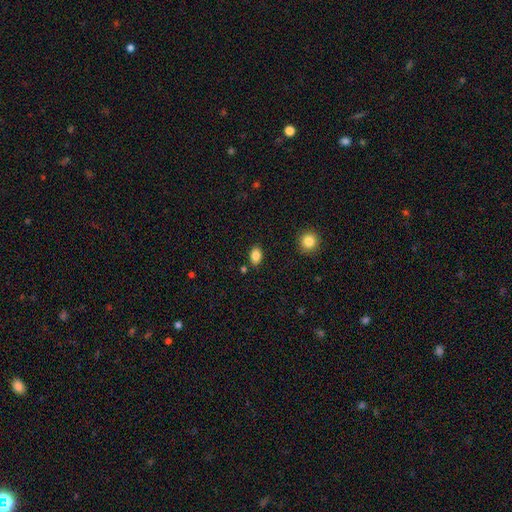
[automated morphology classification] smooth_or_featured: smooth (p=0.84) [alt: star or artifact p=0.09]
how_rounded: in between (p=0.83) [alt: round p=0.16]
merging: none (p=0.84) [alt: minor disturbance p=0.10]